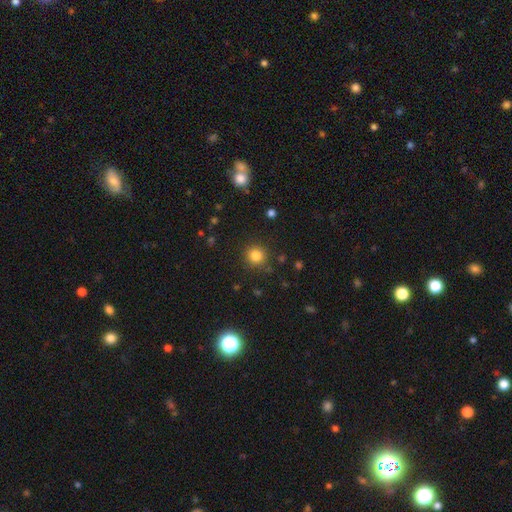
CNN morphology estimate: Overall: smooth (82%). How rounded: round (93%). Merging: none (88%).